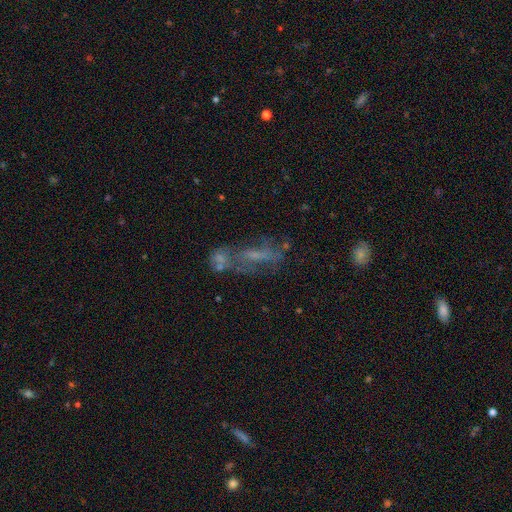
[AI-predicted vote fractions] Smooth or featured?
  - featured or disk: 52% *
  - smooth: 25%
  - star or artifact: 22%
Edge-on disk?
  - no: 79% *
  - yes: 21%
Merging?
  - none: 40% *
  - merger: 29%
  - major disturbance: 16%
  - minor disturbance: 15%